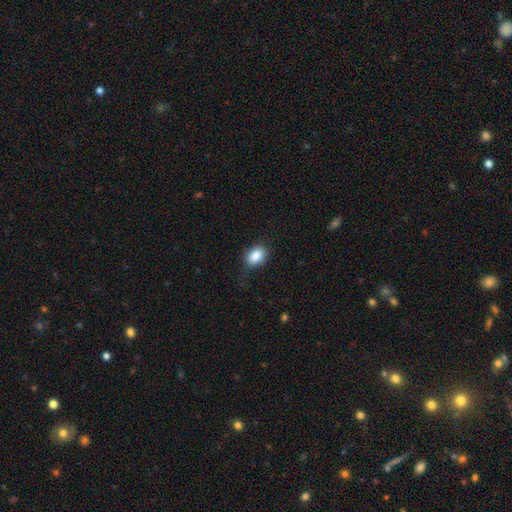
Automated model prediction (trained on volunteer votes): Morphology: type=smooth (87%); roundness=in between (74%); merging=none (70%).